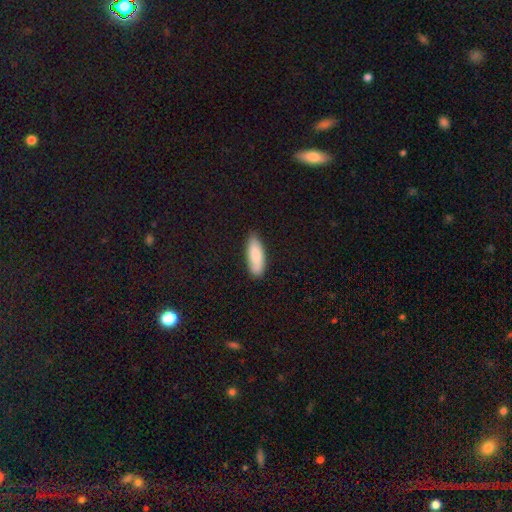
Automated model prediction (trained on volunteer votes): smooth-or-featured: smooth: 84% | featured or disk: 10% | star or artifact: 6%
  how-rounded: in between: 69% | cigar-shaped: 29% | round: 2%
  merging: none: 81% | minor disturbance: 15% | major disturbance: 2% | merger: 1%